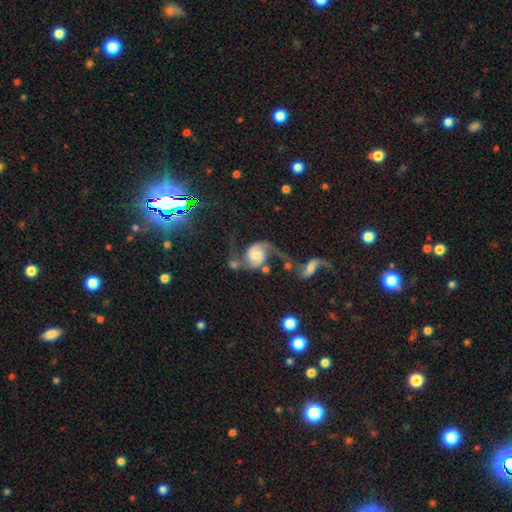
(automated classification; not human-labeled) Smooth or featured? featured or disk (85%)
Edge-on disk? no (98%)
Bar? no (52%)
Spiral arms? yes (96%)
Spiral winding? loose (48%)
Spiral arm count? 2 (92%)
Bulge size? moderate (49%)
Merging? none (37%)